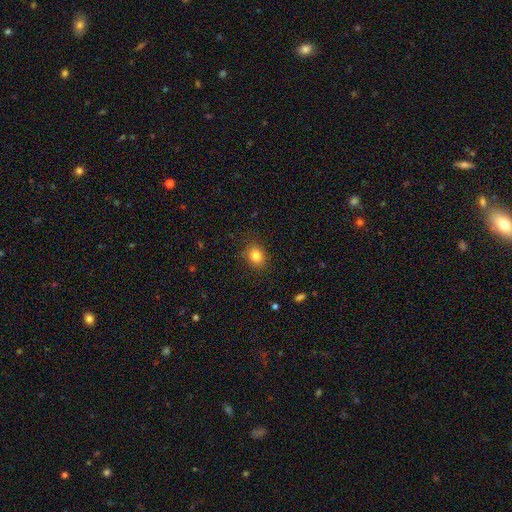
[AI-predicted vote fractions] The model was most divided on "how rounded": round: 57%, in between: 42%, cigar-shaped: 1%. More confident: merging — none (83%); smooth or featured — smooth (82%).